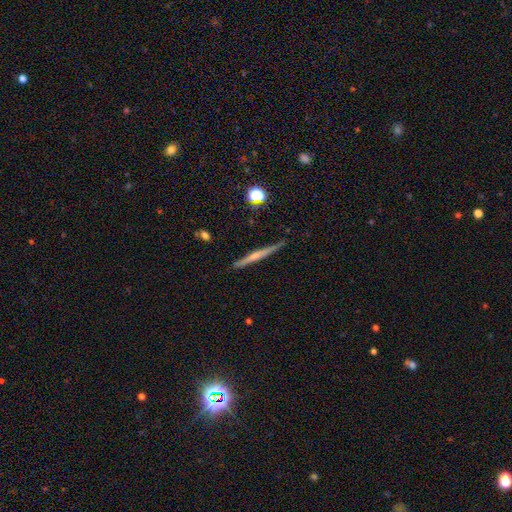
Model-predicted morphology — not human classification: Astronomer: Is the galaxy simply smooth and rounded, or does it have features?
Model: featured or disk — 57% (runner-up: smooth, 35%).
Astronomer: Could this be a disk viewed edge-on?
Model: yes — 97%.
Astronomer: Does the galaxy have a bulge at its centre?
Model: none — 52% (runner-up: rounded, 36%).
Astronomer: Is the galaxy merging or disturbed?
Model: none — 88%.